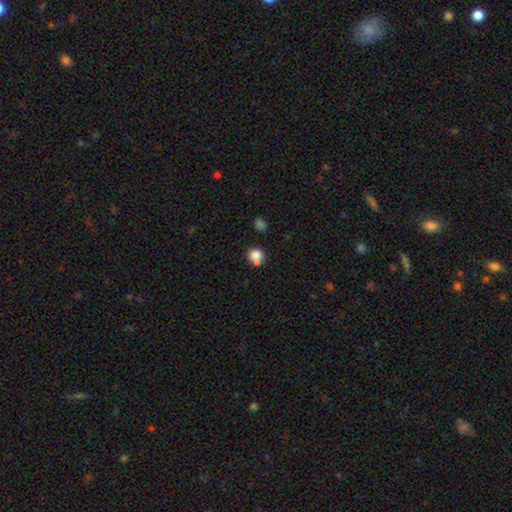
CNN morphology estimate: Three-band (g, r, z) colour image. It shows a smooth galaxy with no disk features (82%) that is round (82%). Merging: none (54%).